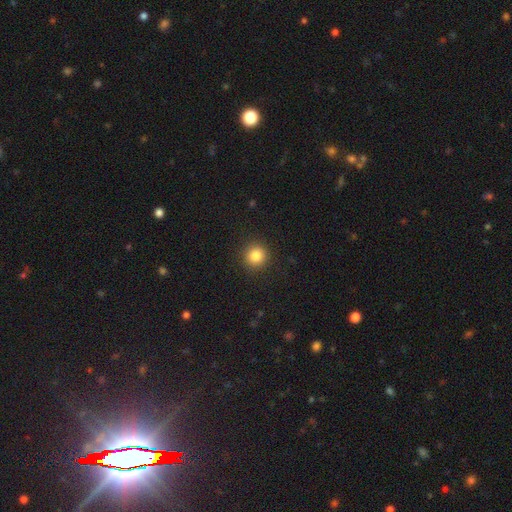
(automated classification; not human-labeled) smooth 84%, star or artifact 11%, featured or disk 5%. Down the decision tree: how rounded — round (93%); merging — none (91%).